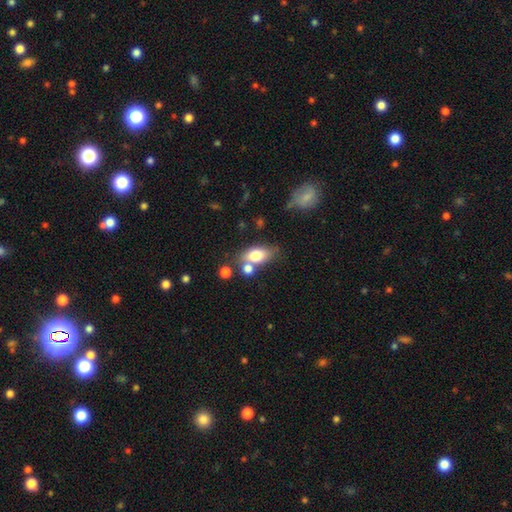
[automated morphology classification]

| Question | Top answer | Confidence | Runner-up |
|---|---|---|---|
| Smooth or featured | smooth | 74% | featured or disk (17%) |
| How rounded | in between | 82% | round (13%) |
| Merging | none | 56% | merger (23%) |